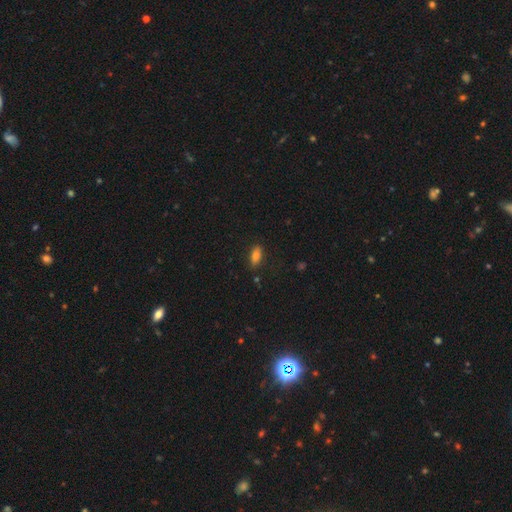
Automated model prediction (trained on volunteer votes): Q: Smooth or featured?
A: smooth (83%); runner-up: star or artifact (10%)
Q: How rounded?
A: in between (83%); runner-up: cigar-shaped (13%)
Q: Merging?
A: none (84%); runner-up: minor disturbance (12%)